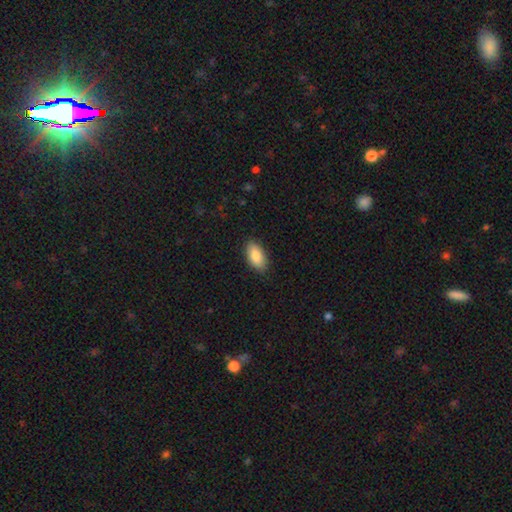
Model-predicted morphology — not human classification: smooth_or_featured: smooth (p=0.86) [alt: featured or disk p=0.07]
how_rounded: in between (p=0.92) [alt: cigar-shaped p=0.05]
merging: none (p=0.87) [alt: minor disturbance p=0.10]